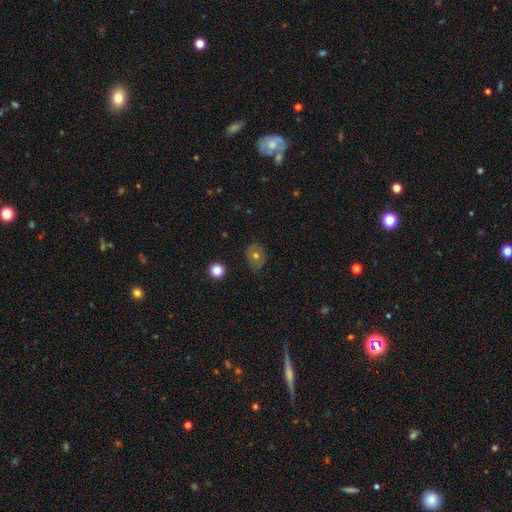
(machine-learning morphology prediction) Smooth or featured: smooth — 54% (featured or disk — 32%)
How rounded: round — 51% (in between — 48%)
Merging: none — 78% (minor disturbance — 16%)